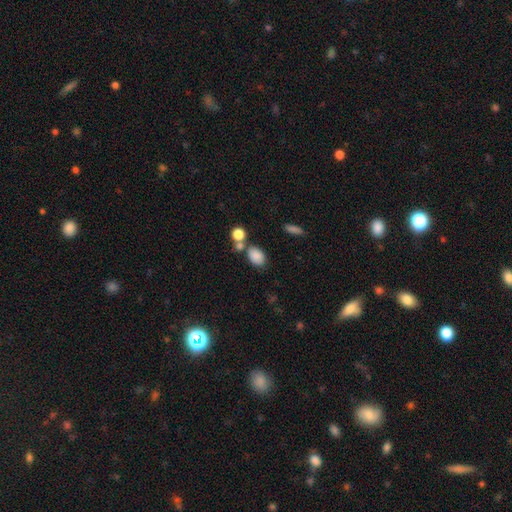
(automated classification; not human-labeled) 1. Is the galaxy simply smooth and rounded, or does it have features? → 84% smooth, 10% star or artifact, 6% featured or disk.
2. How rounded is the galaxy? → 78% in between, 20% round, 2% cigar-shaped.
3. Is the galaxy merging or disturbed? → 56% none, 25% merger, 13% minor disturbance, 5% major disturbance.